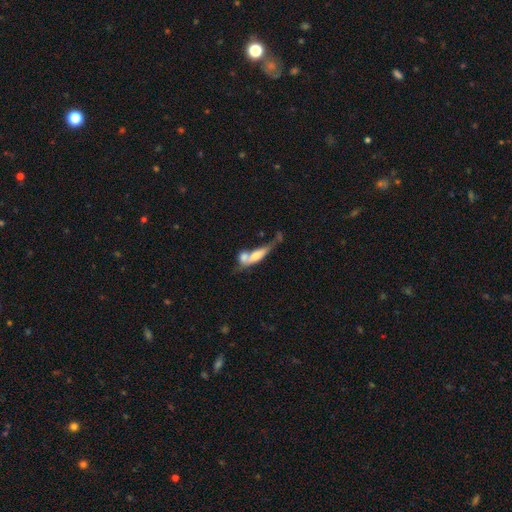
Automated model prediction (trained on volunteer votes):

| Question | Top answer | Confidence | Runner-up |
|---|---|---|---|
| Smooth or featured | smooth | 56% | featured or disk (36%) |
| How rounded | cigar-shaped | 48% | in between (47%) |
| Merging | merger | 58% | none (19%) |